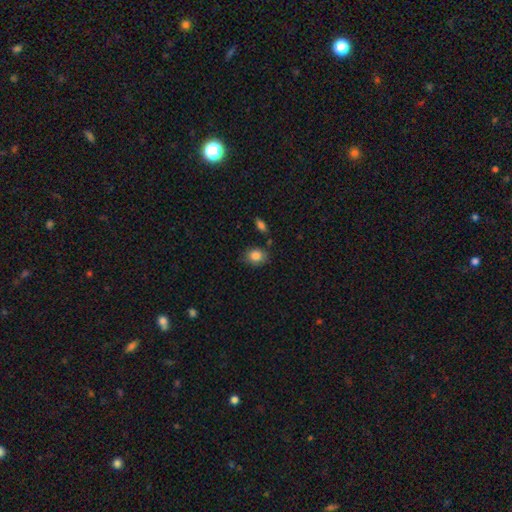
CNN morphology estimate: The model was most divided on "how rounded": round: 53%, in between: 46%, cigar-shaped: 1%. More confident: smooth or featured — smooth (85%); merging — none (75%).